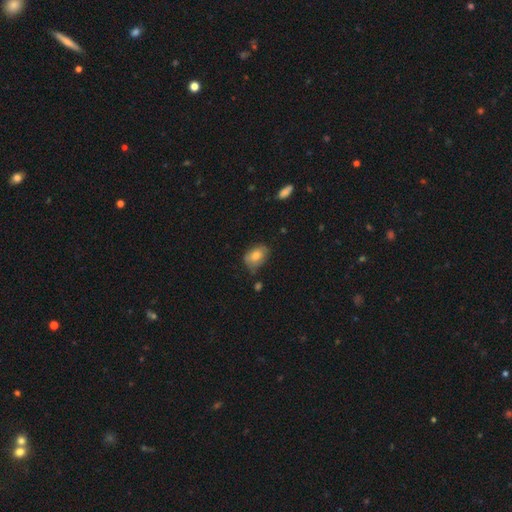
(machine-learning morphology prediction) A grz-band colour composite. It shows a smooth galaxy with no disk features (73%) that is in between round and cigar-shaped (80%). Merging: none (63%).